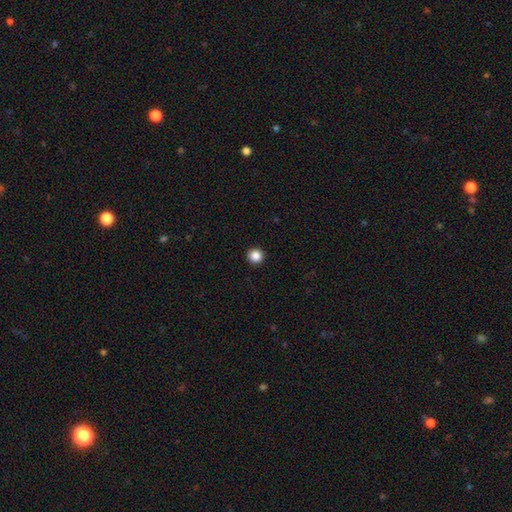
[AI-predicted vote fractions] This appears to be a smooth galaxy with no disk features (86%) that is round (96%). Merging: none (94%).